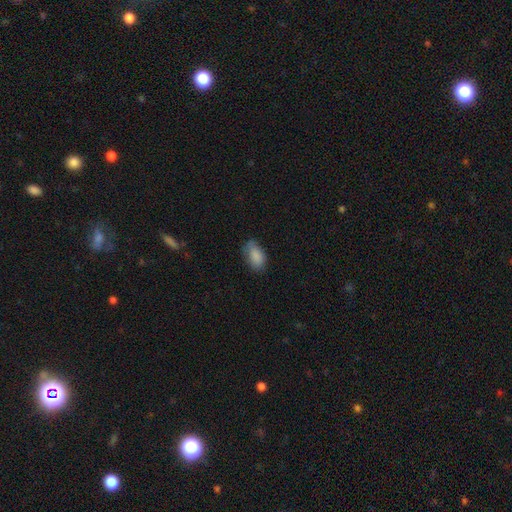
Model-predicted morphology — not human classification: This is clearly a smooth galaxy (86%). How rounded: clearly in between (92%). Merging: likely none (63%).